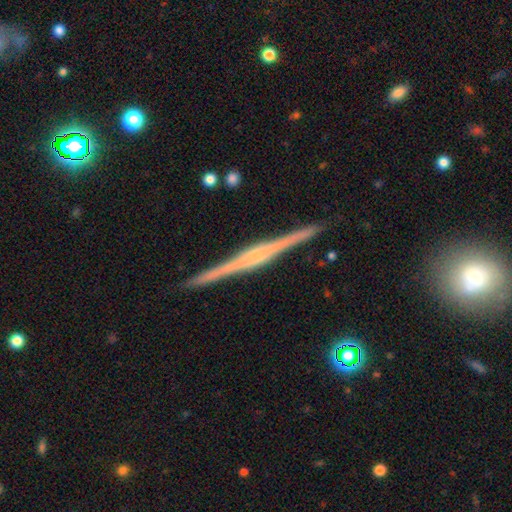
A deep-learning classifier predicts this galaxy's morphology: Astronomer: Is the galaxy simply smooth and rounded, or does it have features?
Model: featured or disk — 86%.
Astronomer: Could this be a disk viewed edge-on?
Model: yes — 99%.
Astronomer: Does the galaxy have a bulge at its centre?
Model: rounded — 58%.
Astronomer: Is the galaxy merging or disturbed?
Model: none — 92%.